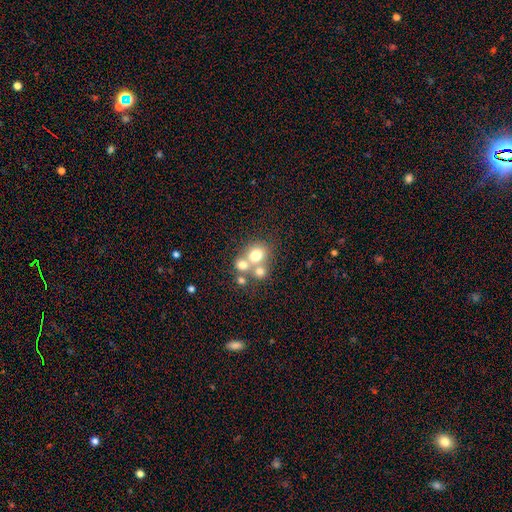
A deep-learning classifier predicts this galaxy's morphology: This is likely a smooth galaxy (68%). How rounded: likely round (73%). Merging: possibly merger (49%).